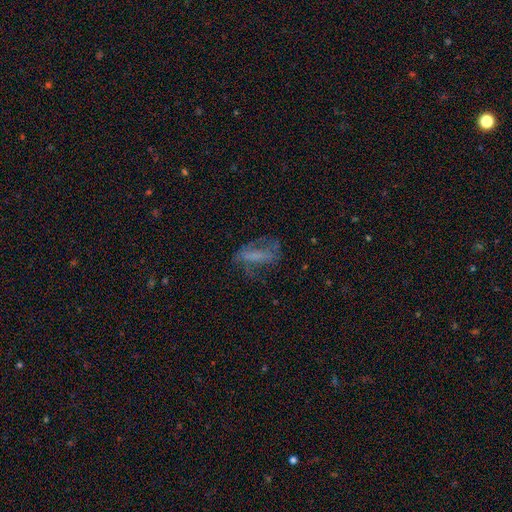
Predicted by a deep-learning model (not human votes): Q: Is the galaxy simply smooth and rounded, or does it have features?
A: featured or disk — 48%.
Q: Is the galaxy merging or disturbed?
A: none — 43%.